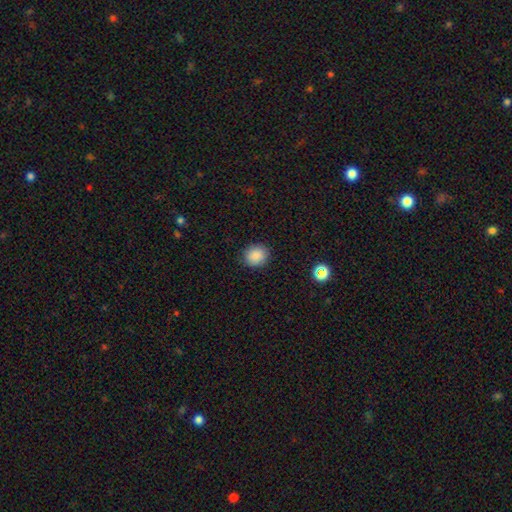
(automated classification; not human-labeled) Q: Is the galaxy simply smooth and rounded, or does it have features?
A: smooth — 88%.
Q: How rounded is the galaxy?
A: round — 79%.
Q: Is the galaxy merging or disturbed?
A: none — 89%.